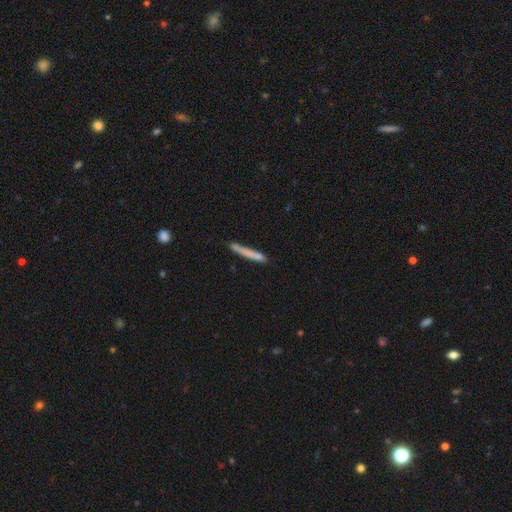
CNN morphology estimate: This is likely a smooth galaxy (65%). How rounded: clearly cigar-shaped (96%). Merging: clearly none (82%).